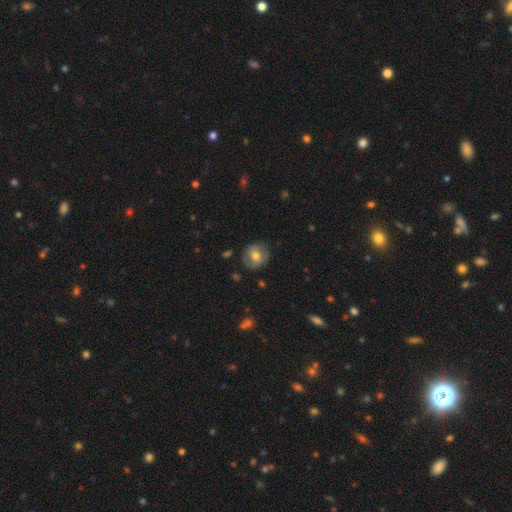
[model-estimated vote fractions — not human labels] Q: Smooth or featured?
A: smooth (67%); runner-up: featured or disk (25%)
Q: How rounded?
A: round (86%); runner-up: in between (13%)
Q: Merging?
A: none (82%); runner-up: minor disturbance (13%)